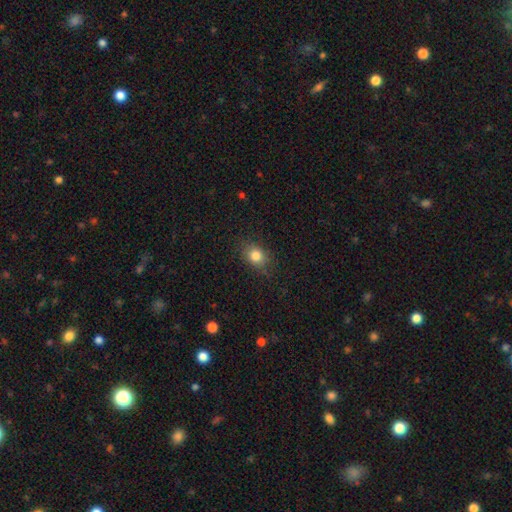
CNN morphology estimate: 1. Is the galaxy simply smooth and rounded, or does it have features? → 82% smooth, 11% star or artifact, 7% featured or disk.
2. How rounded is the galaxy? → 53% round, 45% in between, 1% cigar-shaped.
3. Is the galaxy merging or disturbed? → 82% none, 14% minor disturbance, 4% major disturbance, 1% merger.